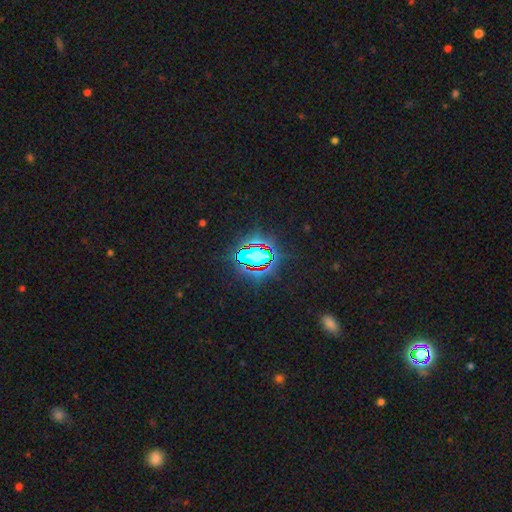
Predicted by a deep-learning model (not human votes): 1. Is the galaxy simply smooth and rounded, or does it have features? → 73% star or artifact, 16% smooth, 11% featured or disk.